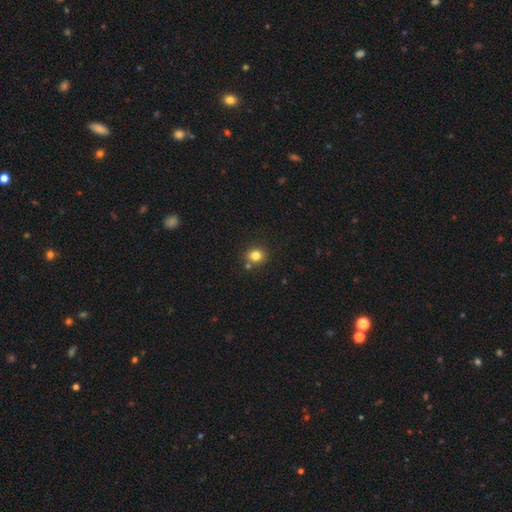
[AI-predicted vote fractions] This appears to be a smooth galaxy with no disk features (81%) that is round (78%). Merging: none (77%).